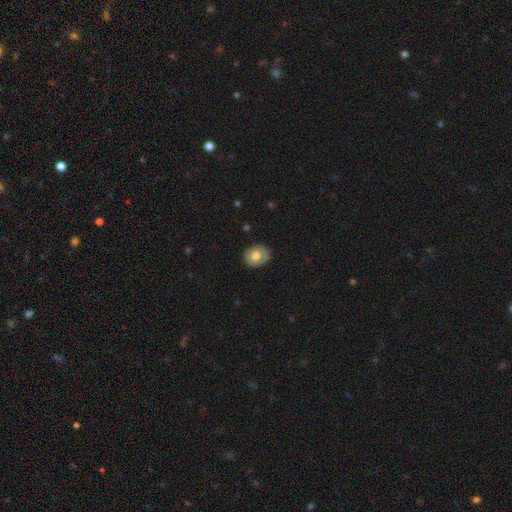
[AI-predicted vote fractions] Q: Smooth or featured?
A: smooth (68%); runner-up: featured or disk (24%)
Q: How rounded?
A: round (57%); runner-up: in between (42%)
Q: Merging?
A: none (84%); runner-up: minor disturbance (12%)